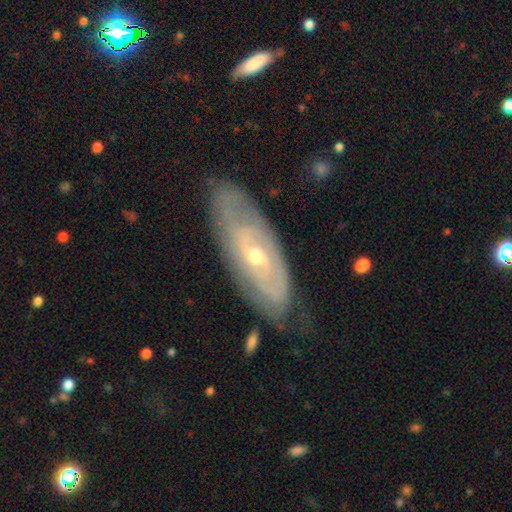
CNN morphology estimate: type=featured or disk (76%); edge-on=no (83%); bar=no (65%); spiral arms=yes (70%); bulge=small (54%); merging=none (75%).